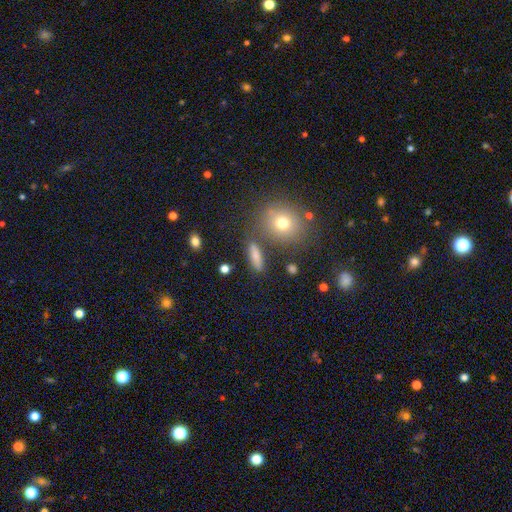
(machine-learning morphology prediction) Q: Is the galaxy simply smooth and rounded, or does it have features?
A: smooth — 74%.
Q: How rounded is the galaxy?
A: cigar-shaped — 57%.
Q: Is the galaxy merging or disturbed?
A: none — 79%.